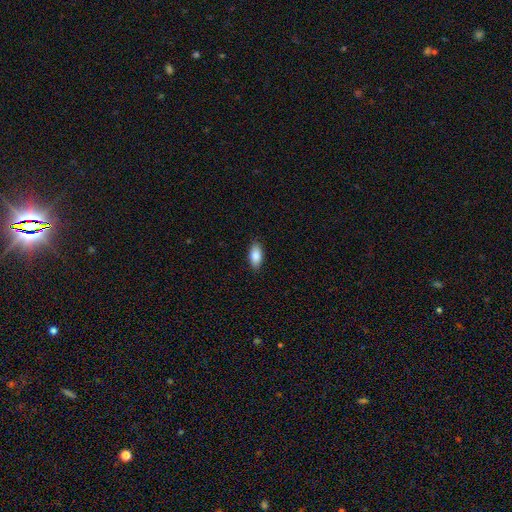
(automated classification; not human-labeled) Smooth or featured: smooth — 86% (featured or disk — 7%)
How rounded: in between — 90% (cigar-shaped — 8%)
Merging: none — 89% (minor disturbance — 8%)